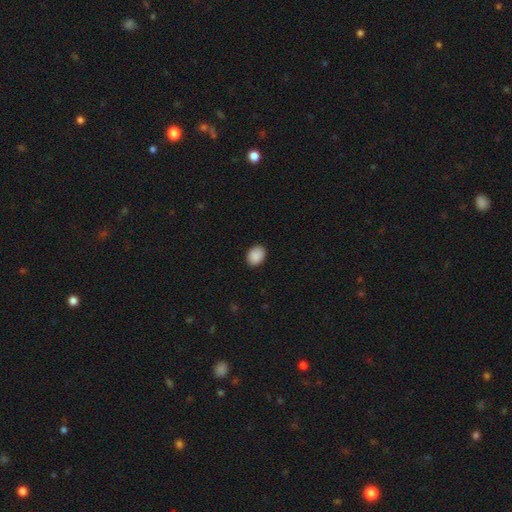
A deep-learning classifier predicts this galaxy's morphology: Smooth or featured? Predicted: smooth (p=0.90). How rounded? Predicted: in between (p=0.67). Merging? Predicted: none (p=0.89).